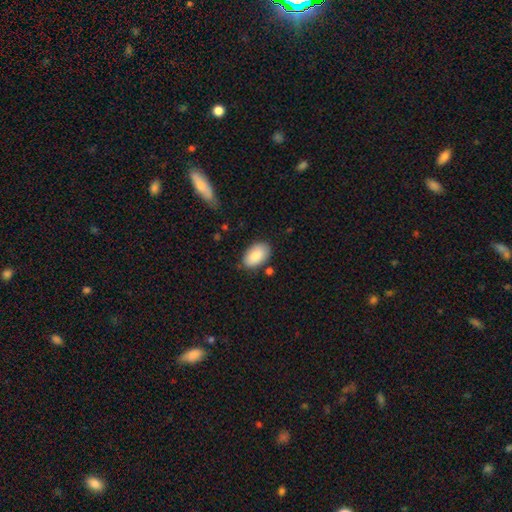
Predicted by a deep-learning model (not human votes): Overall: smooth (86%). How rounded: in between (93%). Merging: none (79%).